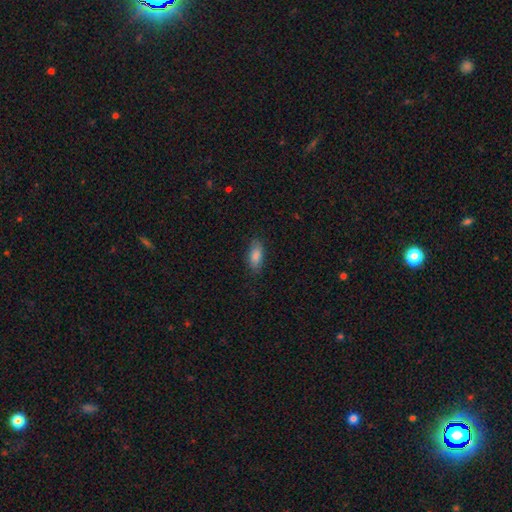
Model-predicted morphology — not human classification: Overall: smooth (82%). How rounded: in between (82%). Merging: none (85%).